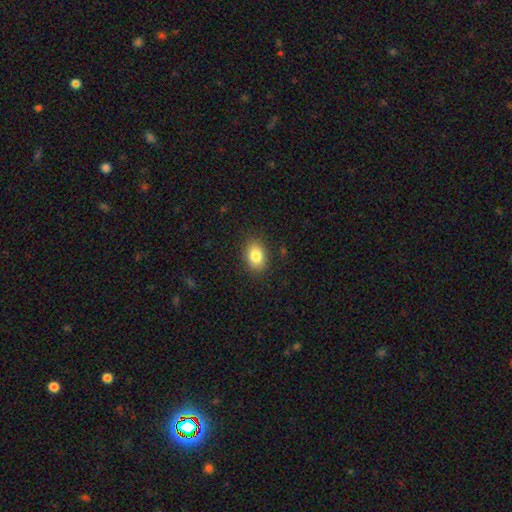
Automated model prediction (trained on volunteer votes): This is clearly a smooth galaxy (85%). How rounded: likely in between (79%). Merging: clearly none (87%).